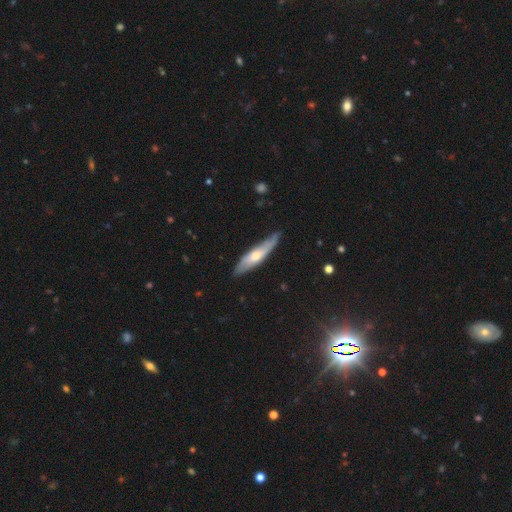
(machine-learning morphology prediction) This is possibly a featured or disk galaxy (51%). It is likely viewed edge-on (71%). Merging: likely none (76%).